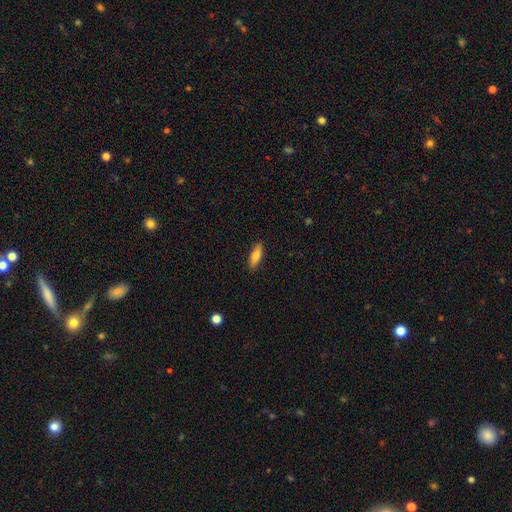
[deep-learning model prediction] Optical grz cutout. It shows a smooth galaxy with no disk features (77%) that is in between round and cigar-shaped (51%). Merging: none (89%).